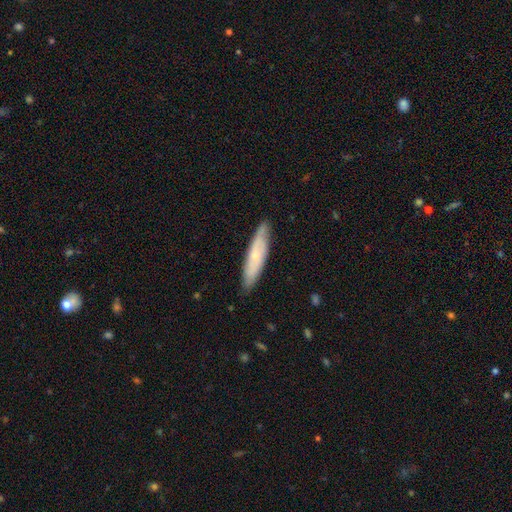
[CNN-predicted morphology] smooth-or-featured: smooth: 53% | featured or disk: 41% | star or artifact: 6%
  how-rounded: cigar-shaped: 78% | in between: 20% | round: 1%
  merging: none: 84% | minor disturbance: 13% | major disturbance: 2% | merger: 1%